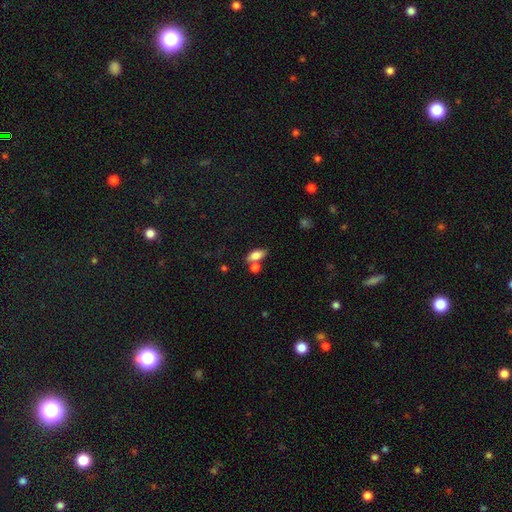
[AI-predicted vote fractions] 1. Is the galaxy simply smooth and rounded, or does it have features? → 77% smooth, 15% featured or disk, 8% star or artifact.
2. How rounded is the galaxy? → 82% in between, 13% cigar-shaped, 5% round.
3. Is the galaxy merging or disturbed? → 57% none, 26% merger, 13% minor disturbance, 4% major disturbance.